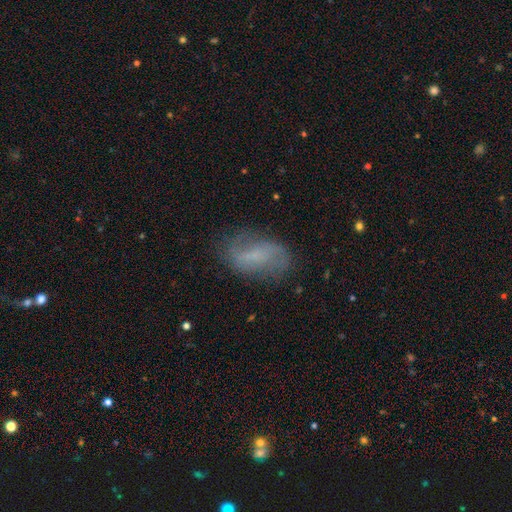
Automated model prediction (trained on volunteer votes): featured or disk 51%, smooth 39%, star or artifact 10%. Down the decision tree: edge-on disk — no (94%); merging — none (69%).